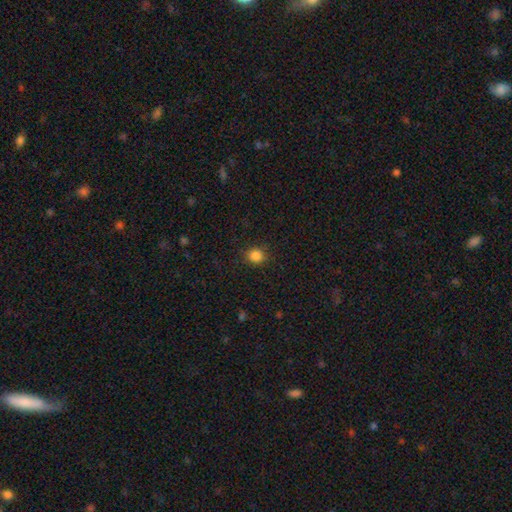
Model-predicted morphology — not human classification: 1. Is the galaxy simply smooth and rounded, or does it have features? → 85% smooth, 12% star or artifact, 3% featured or disk.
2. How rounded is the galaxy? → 83% round, 16% in between, 1% cigar-shaped.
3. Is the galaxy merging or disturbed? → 87% none, 9% minor disturbance, 3% major disturbance, 1% merger.